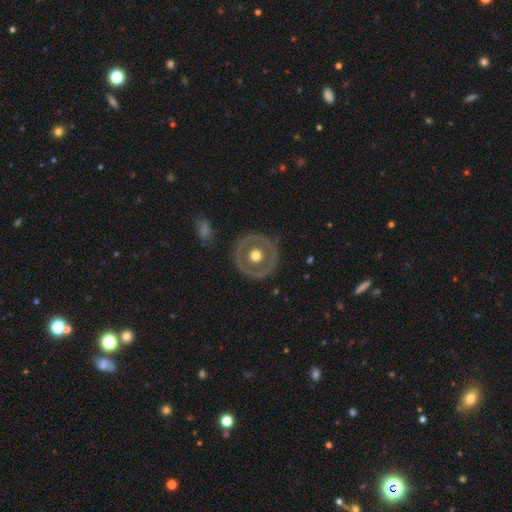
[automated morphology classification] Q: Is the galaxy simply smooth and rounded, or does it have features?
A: featured or disk — 55%.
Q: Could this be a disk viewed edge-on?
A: no — 94%.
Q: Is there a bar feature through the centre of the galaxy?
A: no — 93%.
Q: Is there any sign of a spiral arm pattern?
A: no — 93%.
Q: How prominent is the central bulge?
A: moderate — 73%.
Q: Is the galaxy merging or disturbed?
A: none — 85%.